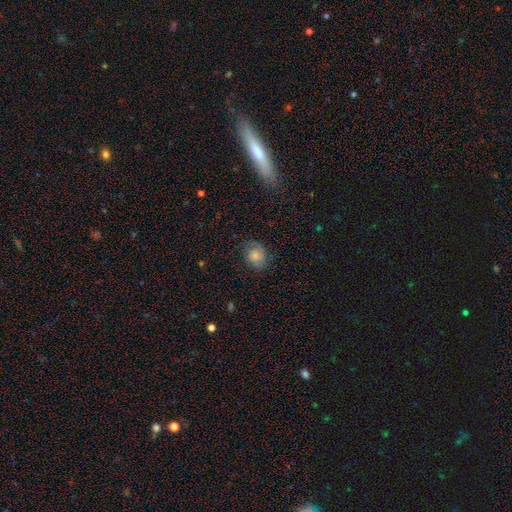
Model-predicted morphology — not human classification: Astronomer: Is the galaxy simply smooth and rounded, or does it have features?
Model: smooth — 72%.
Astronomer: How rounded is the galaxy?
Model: round — 61% (runner-up: in between, 38%).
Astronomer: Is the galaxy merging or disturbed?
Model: none — 67%.